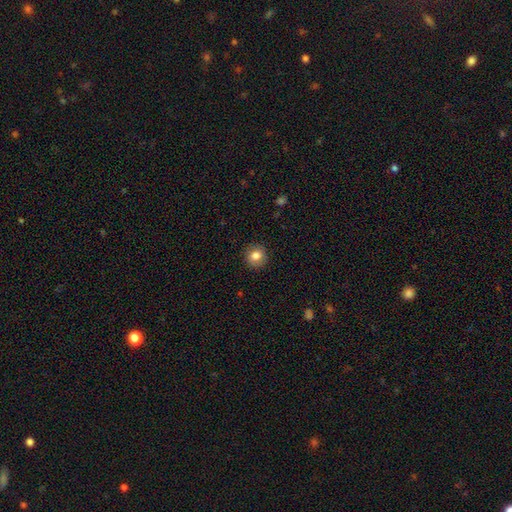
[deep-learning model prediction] Smooth or featured: smooth — 82% (star or artifact — 9%)
How rounded: round — 89% (in between — 10%)
Merging: none — 89% (minor disturbance — 8%)